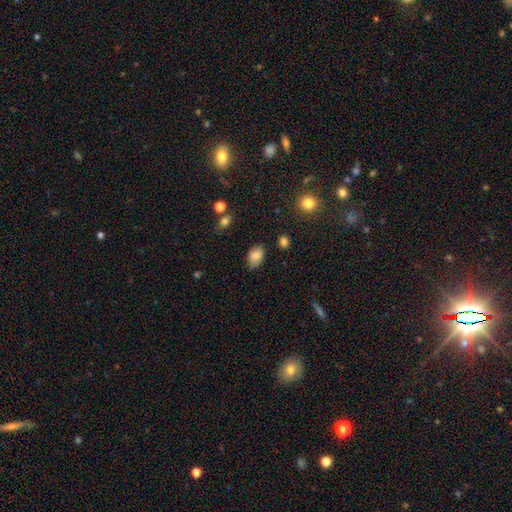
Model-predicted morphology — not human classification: type=smooth (84%); roundness=in between (84%); merging=none (73%).